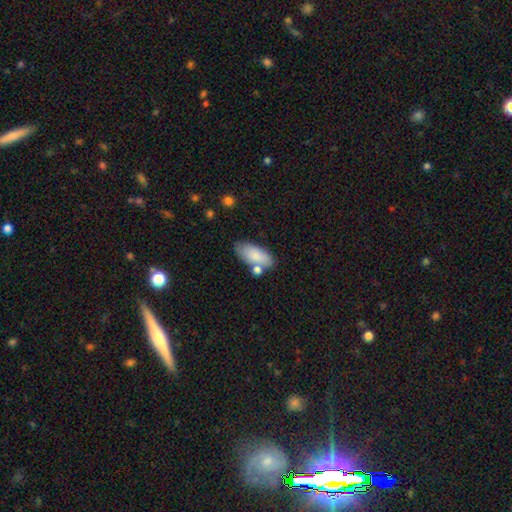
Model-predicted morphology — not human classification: A smooth galaxy with no disk features (82%) that is in between round and cigar-shaped (88%). Merging: none (61%).